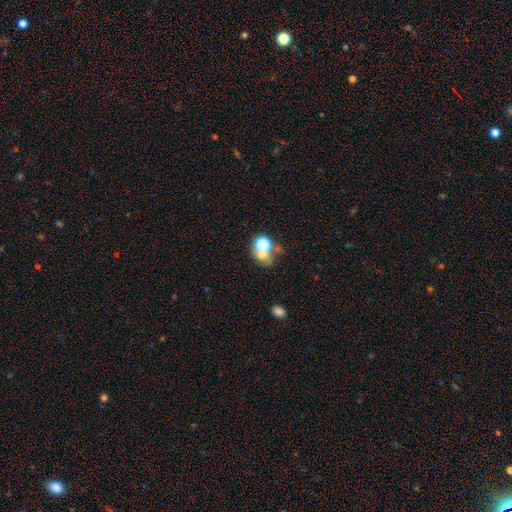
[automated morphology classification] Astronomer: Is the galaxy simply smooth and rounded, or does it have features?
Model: smooth — 48% (runner-up: star or artifact, 36%).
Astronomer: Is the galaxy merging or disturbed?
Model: none — 45% (runner-up: merger, 32%).